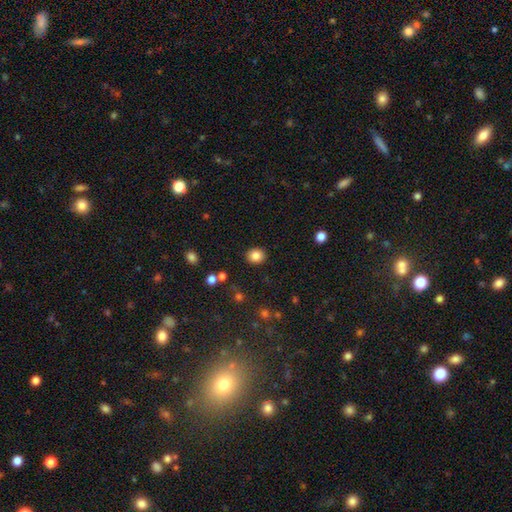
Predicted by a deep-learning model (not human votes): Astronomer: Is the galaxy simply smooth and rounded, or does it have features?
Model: smooth — 84%.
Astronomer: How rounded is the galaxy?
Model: round — 74%.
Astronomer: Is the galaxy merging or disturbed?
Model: none — 90%.